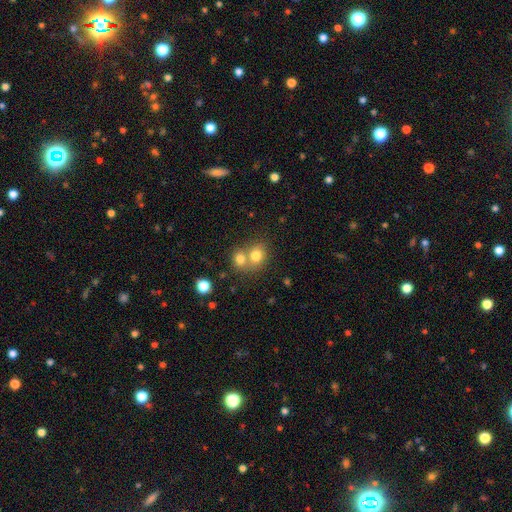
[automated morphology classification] Smooth or featured?
  - smooth: 77% *
  - featured or disk: 12%
  - star or artifact: 11%
How rounded?
  - round: 69% *
  - in between: 31%
  - cigar-shaped: 1%
Merging?
  - merger: 57% *
  - none: 34%
  - minor disturbance: 6%
  - major disturbance: 3%